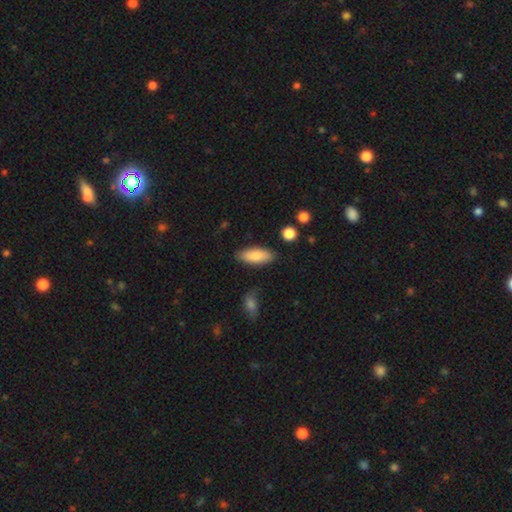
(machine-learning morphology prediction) A smooth galaxy with no disk features (82%) that is in between round and cigar-shaped (77%).

Vote fractions:
- Smooth or featured? smooth: 82% / featured or disk: 12% / star or artifact: 6%
- How rounded? in between: 77% / cigar-shaped: 21% / round: 2%
- Merging? none: 84% / minor disturbance: 12% / major disturbance: 2% / merger: 2%